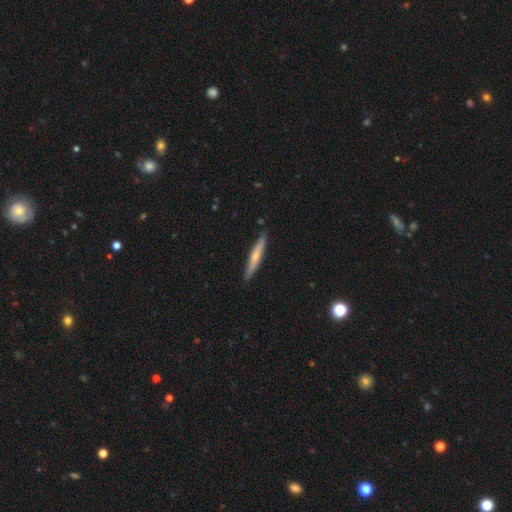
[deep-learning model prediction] Smooth or featured? Predicted: smooth (p=0.54). How rounded? Predicted: cigar-shaped (p=0.94). Merging? Predicted: none (p=0.87).